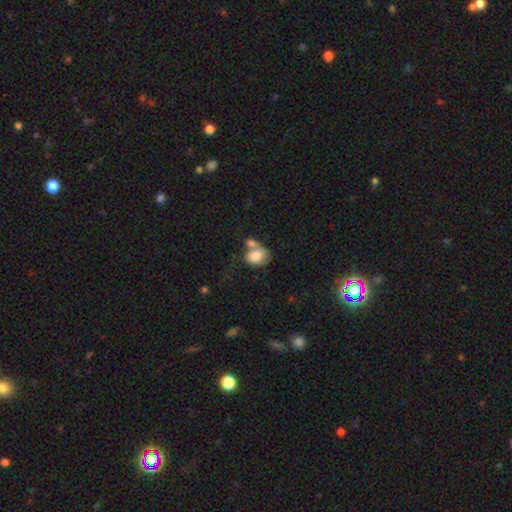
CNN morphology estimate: This appears to be a smooth galaxy with no disk features (79%) that is in between round and cigar-shaped (69%). Merging: merger (50%).